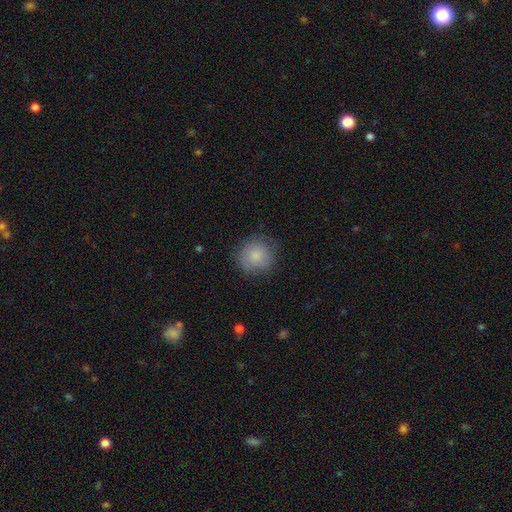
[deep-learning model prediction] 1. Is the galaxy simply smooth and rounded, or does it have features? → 83% smooth, 9% featured or disk, 8% star or artifact.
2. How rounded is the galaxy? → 91% round, 8% in between, 1% cigar-shaped.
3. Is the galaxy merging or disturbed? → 77% none, 17% minor disturbance, 5% major disturbance, 1% merger.